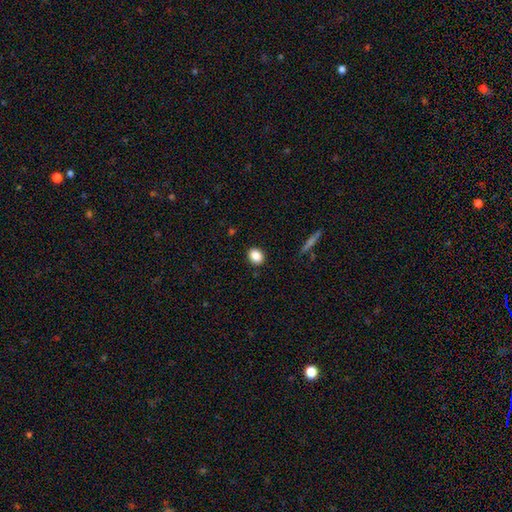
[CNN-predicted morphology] Smooth or featured? Predicted: smooth (p=0.86). How rounded? Predicted: round (p=0.56). Merging? Predicted: none (p=0.90).